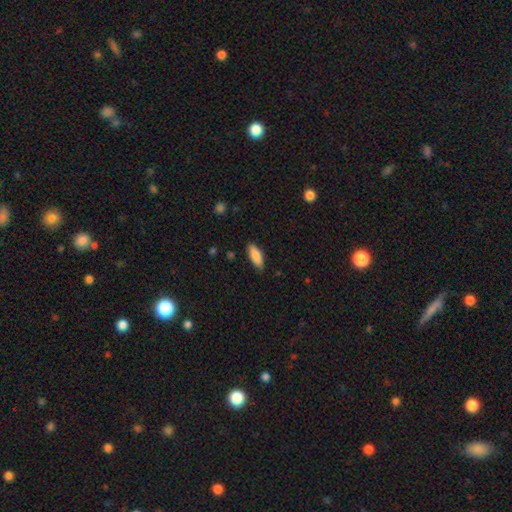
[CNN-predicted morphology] Overall: smooth (82%). How rounded: in between (65%; cigar-shaped 33%). Merging: none (85%).